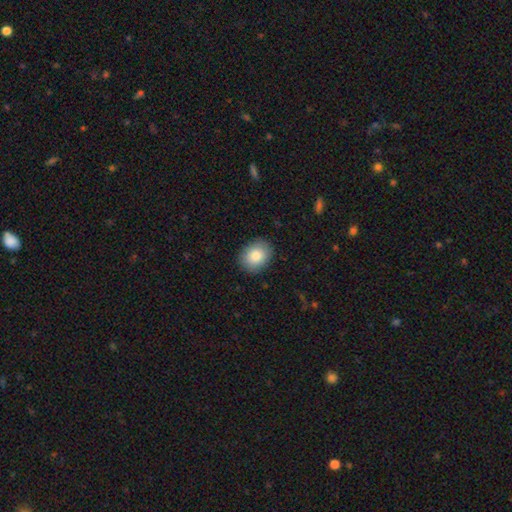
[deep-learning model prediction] A smooth galaxy with no disk features (84%) that is in between round and cigar-shaped (51%). Merging: none (88%).